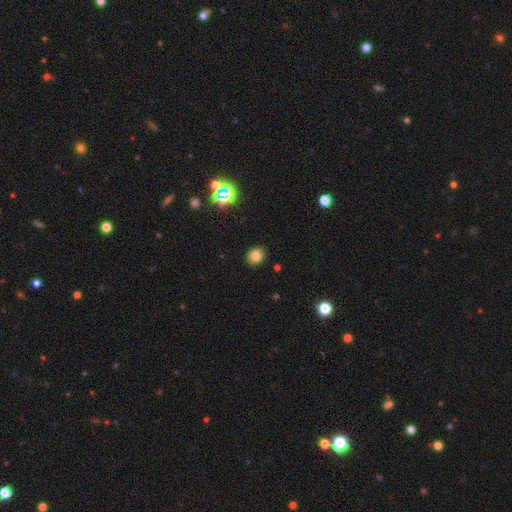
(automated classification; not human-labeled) Smooth or featured?
  - smooth: 78% *
  - star or artifact: 15%
  - featured or disk: 7%
How rounded?
  - round: 71% *
  - in between: 28%
  - cigar-shaped: 1%
Merging?
  - none: 88% *
  - minor disturbance: 8%
  - major disturbance: 2%
  - merger: 1%